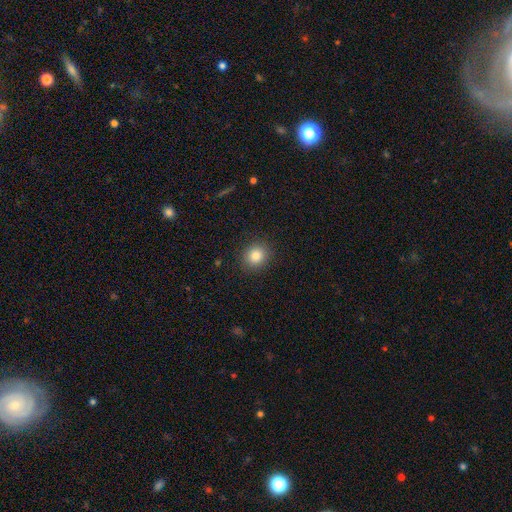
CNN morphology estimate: smooth-or-featured: smooth: 83% | star or artifact: 11% | featured or disk: 6%
  how-rounded: round: 80% | in between: 19% | cigar-shaped: 1%
  merging: none: 90% | minor disturbance: 7% | major disturbance: 2% | merger: 1%